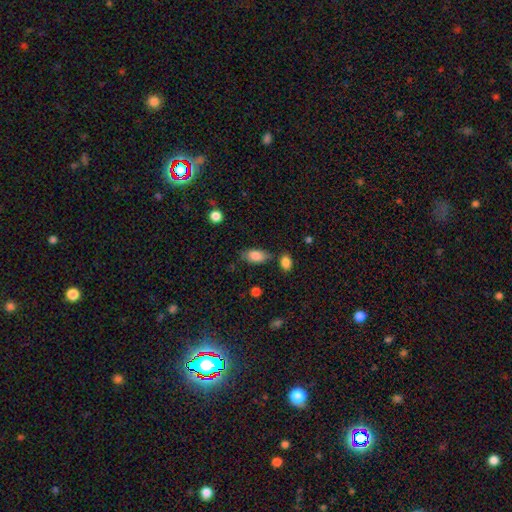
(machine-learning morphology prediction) Smooth or featured: smooth — 85% (featured or disk — 8%)
How rounded: in between — 91% (cigar-shaped — 5%)
Merging: none — 69% (minor disturbance — 19%)